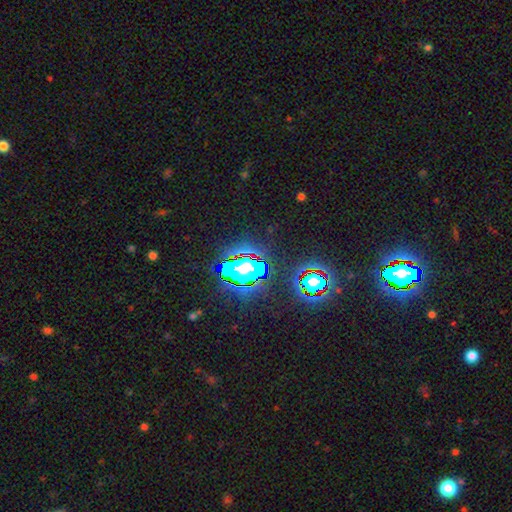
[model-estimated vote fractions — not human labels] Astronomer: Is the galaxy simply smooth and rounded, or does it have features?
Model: star or artifact — 76%.